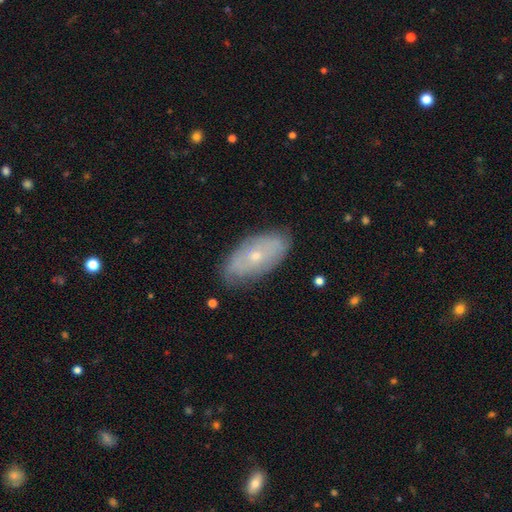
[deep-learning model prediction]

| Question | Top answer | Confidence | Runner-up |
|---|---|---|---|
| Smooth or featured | featured or disk | 47% | smooth (45%) |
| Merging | none | 78% | minor disturbance (17%) |